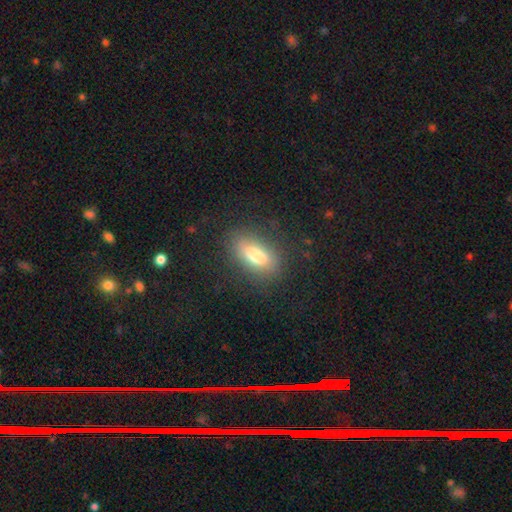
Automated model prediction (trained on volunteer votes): Smooth or featured? Predicted: smooth (p=0.76). How rounded? Predicted: in between (p=0.81). Merging? Predicted: none (p=0.79).